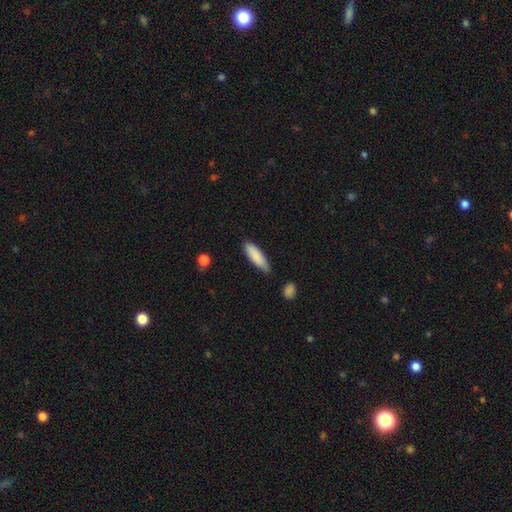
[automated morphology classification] This appears to be a smooth galaxy with no disk features (86%) that is cigar-shaped (54%). Merging: none (76%).